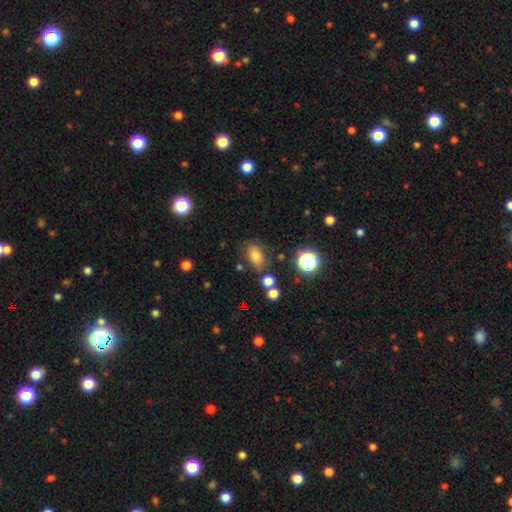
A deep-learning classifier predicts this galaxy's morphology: Smooth or featured?
  - smooth: 74% *
  - star or artifact: 15%
  - featured or disk: 11%
How rounded?
  - in between: 83% *
  - round: 15%
  - cigar-shaped: 3%
Merging?
  - none: 74% *
  - minor disturbance: 15%
  - merger: 6%
  - major disturbance: 5%